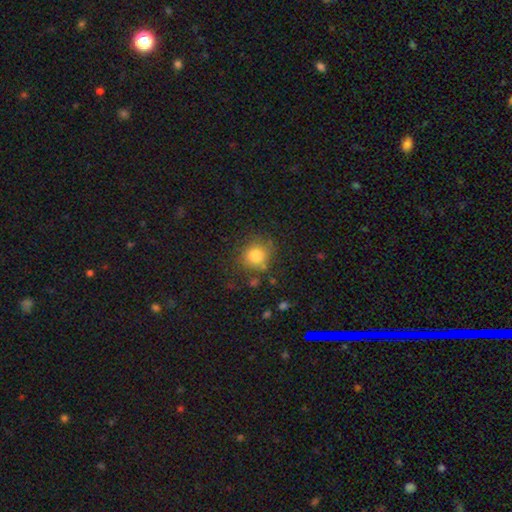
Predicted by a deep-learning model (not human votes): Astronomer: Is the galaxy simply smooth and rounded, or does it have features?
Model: smooth — 80%.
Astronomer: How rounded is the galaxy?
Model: round — 84%.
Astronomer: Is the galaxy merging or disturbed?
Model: none — 74%.